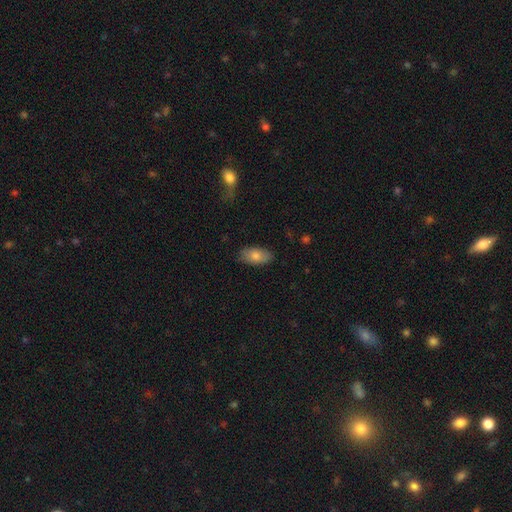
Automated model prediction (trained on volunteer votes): smooth-or-featured: smooth: 78% | featured or disk: 15% | star or artifact: 7%
  how-rounded: in between: 93% | round: 4% | cigar-shaped: 4%
  merging: none: 85% | minor disturbance: 12% | major disturbance: 2% | merger: 1%